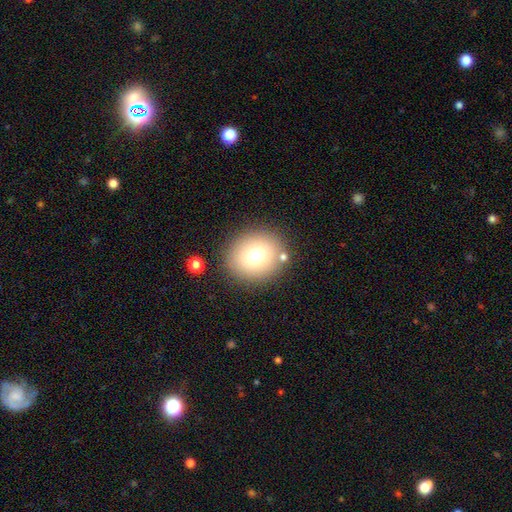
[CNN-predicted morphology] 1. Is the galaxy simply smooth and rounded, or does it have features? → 73% smooth, 13% featured or disk, 13% star or artifact.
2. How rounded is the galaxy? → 74% round, 25% in between, 1% cigar-shaped.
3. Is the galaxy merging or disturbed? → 83% none, 9% minor disturbance, 4% merger, 4% major disturbance.